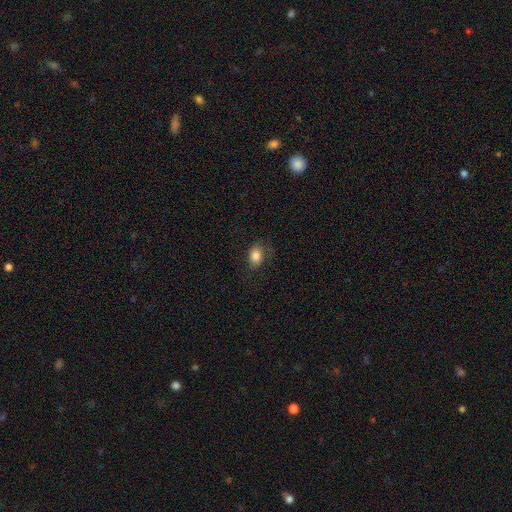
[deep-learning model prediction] Overall: smooth (83%). How rounded: in between (74%). Merging: none (71%).